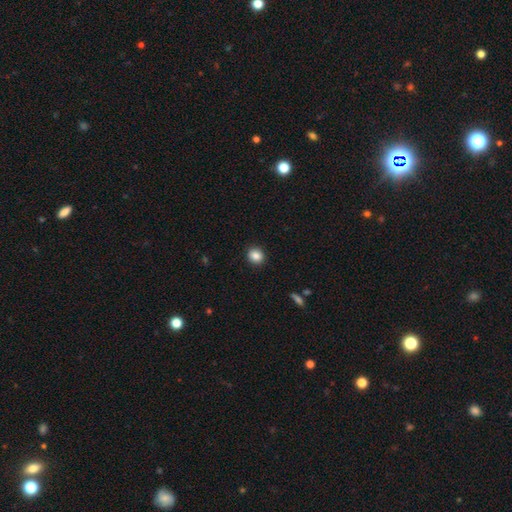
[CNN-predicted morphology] Smooth or featured? Predicted: smooth (p=0.86). How rounded? Predicted: round (p=0.79). Merging? Predicted: none (p=0.92).